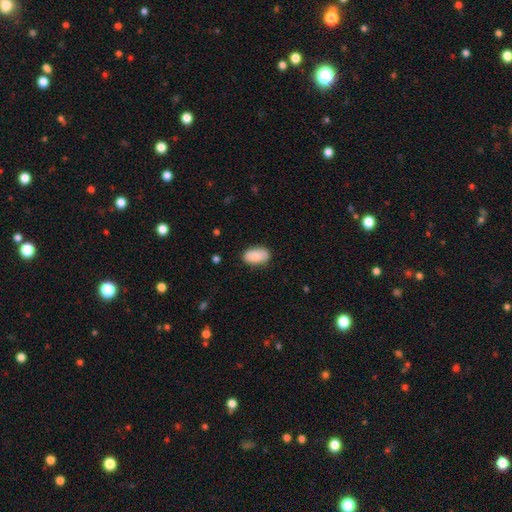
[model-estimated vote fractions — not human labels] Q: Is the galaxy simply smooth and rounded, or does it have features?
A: smooth — 89%.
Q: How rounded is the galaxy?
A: in between — 94%.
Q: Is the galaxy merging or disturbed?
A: none — 84%.